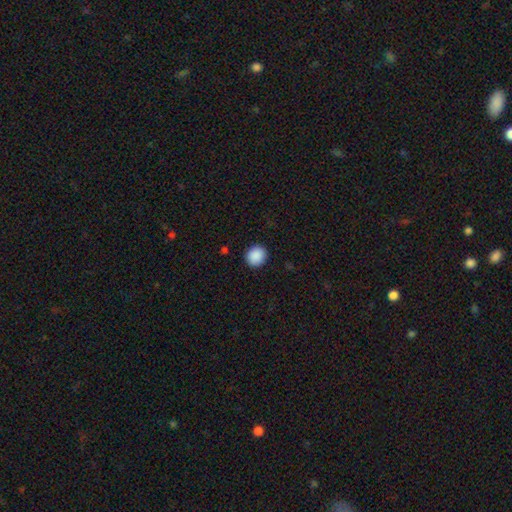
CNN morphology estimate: smooth_or_featured: smooth (p=0.90) [alt: star or artifact p=0.08]
how_rounded: round (p=0.86) [alt: in between p=0.14]
merging: none (p=0.91) [alt: minor disturbance p=0.06]